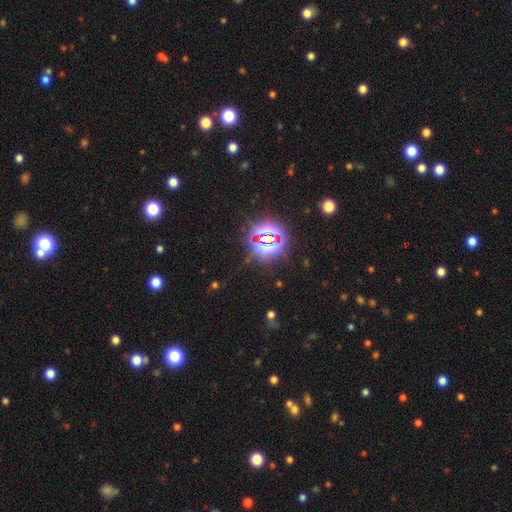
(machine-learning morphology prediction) smooth_or_featured: star or artifact (p=0.82) [alt: smooth p=0.12]